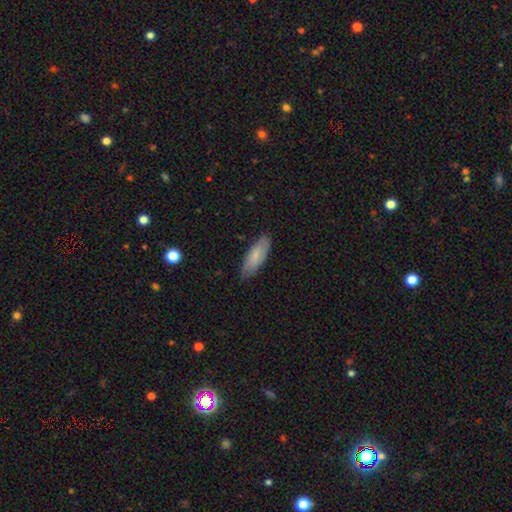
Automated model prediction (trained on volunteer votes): Smooth or featured? smooth (75%)
How rounded? in between (67%)
Merging? none (80%)